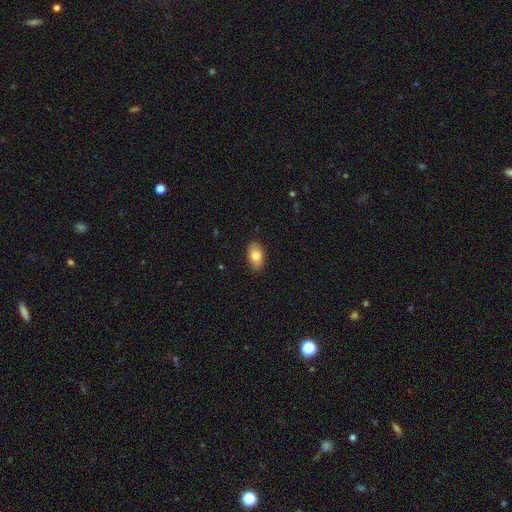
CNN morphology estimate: Smooth or featured: smooth — 81% (featured or disk — 12%)
How rounded: in between — 92% (round — 6%)
Merging: none — 84% (minor disturbance — 12%)